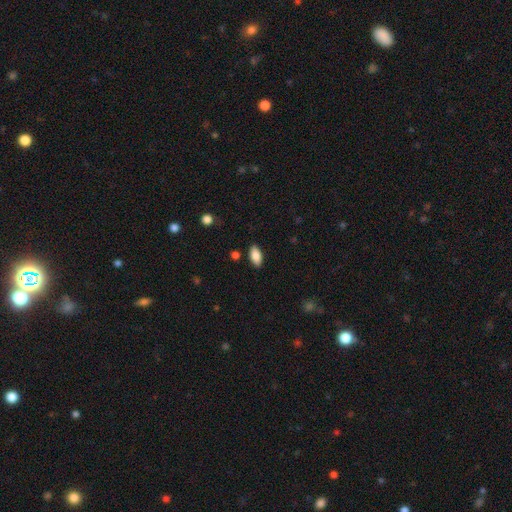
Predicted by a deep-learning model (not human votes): Morphology: type=smooth (85%); roundness=in between (89%); merging=none (86%).